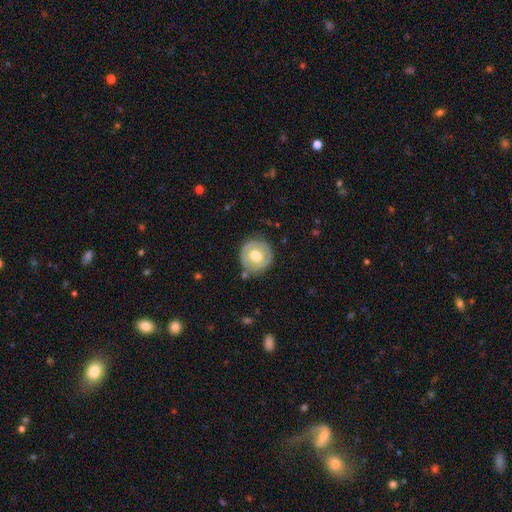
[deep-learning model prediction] smooth_or_featured: featured or disk (p=0.53) [alt: smooth p=0.42]
disk_edge_on: no (p=0.96) [alt: yes p=0.04]
bar: no (p=0.70) [alt: weak p=0.24]
has_spiral_arms: no (p=0.61) [alt: yes p=0.39]
bulge_size: moderate (p=0.63) [alt: large p=0.30]
merging: none (p=0.77) [alt: minor disturbance p=0.16]